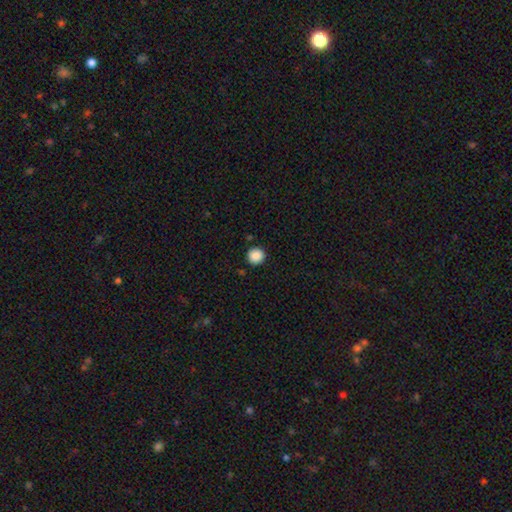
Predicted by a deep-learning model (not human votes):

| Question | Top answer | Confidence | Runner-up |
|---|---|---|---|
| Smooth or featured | smooth | 88% | star or artifact (9%) |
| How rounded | round | 95% | in between (4%) |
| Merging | none | 91% | minor disturbance (5%) |